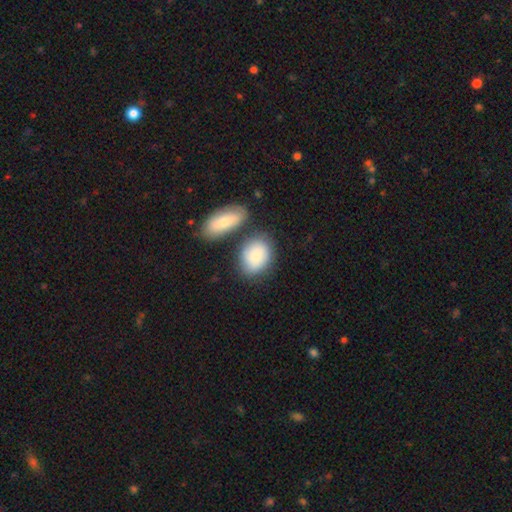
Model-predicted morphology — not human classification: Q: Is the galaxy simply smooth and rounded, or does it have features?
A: smooth — 85%.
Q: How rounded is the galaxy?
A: in between — 67%.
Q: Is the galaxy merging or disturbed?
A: none — 61%.